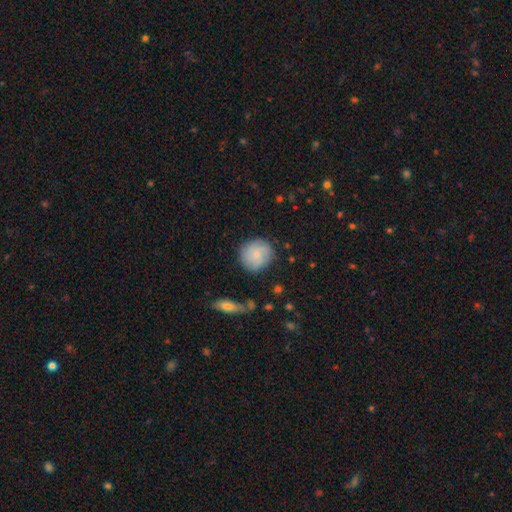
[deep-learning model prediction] Morphology: type=smooth (61%); roundness=round (88%); merging=none (79%).